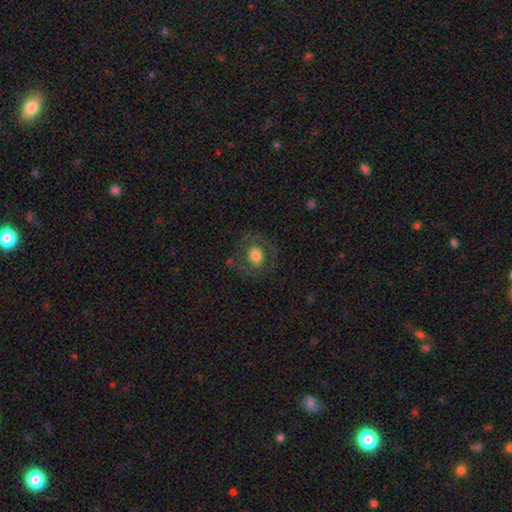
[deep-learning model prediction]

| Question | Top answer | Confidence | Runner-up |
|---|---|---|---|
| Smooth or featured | smooth | 62% | featured or disk (28%) |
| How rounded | round | 66% | in between (33%) |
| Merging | none | 74% | minor disturbance (14%) |